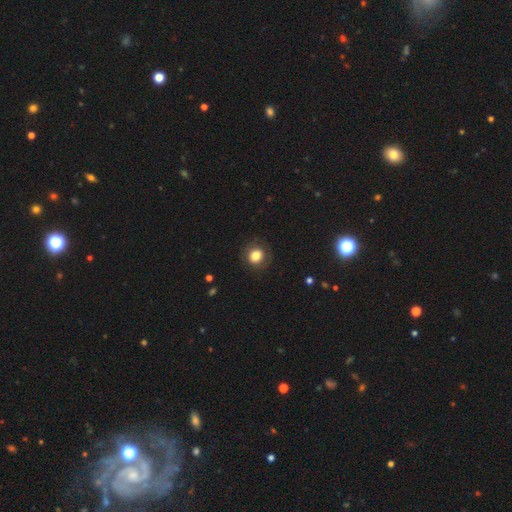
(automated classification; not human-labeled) smooth_or_featured: smooth (p=0.82) [alt: star or artifact p=0.10]
how_rounded: round (p=0.82) [alt: in between p=0.17]
merging: none (p=0.86) [alt: minor disturbance p=0.09]